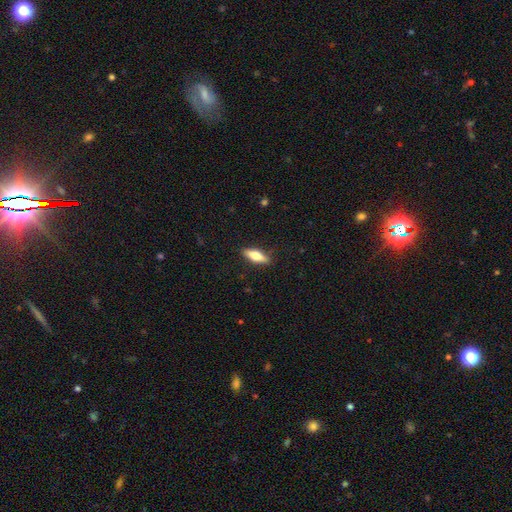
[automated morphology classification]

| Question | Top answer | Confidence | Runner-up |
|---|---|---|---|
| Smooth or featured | smooth | 63% | featured or disk (31%) |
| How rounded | in between | 55% | cigar-shaped (42%) |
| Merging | none | 86% | minor disturbance (11%) |